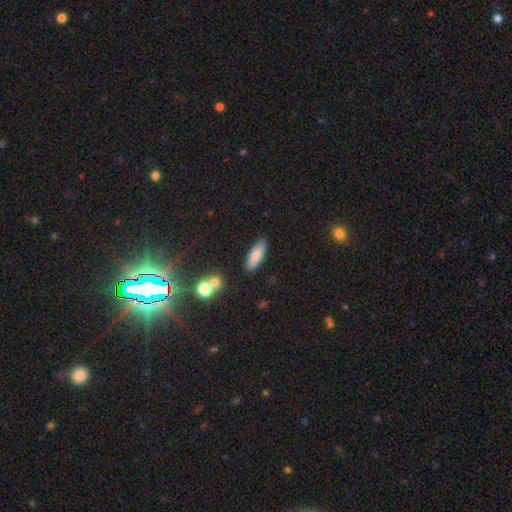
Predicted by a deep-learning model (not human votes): smooth-or-featured: smooth: 81% | featured or disk: 12% | star or artifact: 7%
  how-rounded: in between: 56% | cigar-shaped: 42% | round: 2%
  merging: none: 85% | minor disturbance: 10% | merger: 3% | major disturbance: 2%